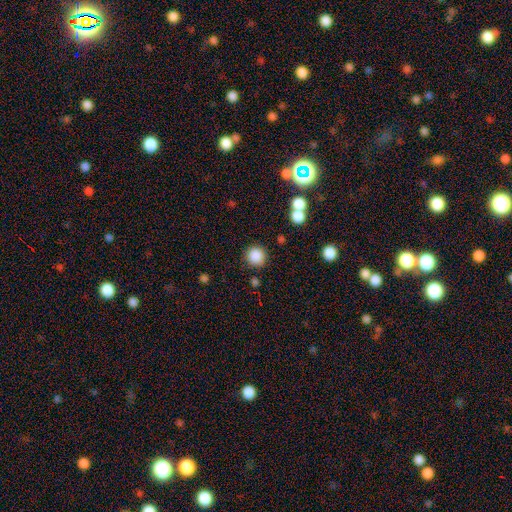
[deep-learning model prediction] smooth 86%, star or artifact 10%, featured or disk 4%. Down the decision tree: how rounded — round (92%); merging — none (85%).